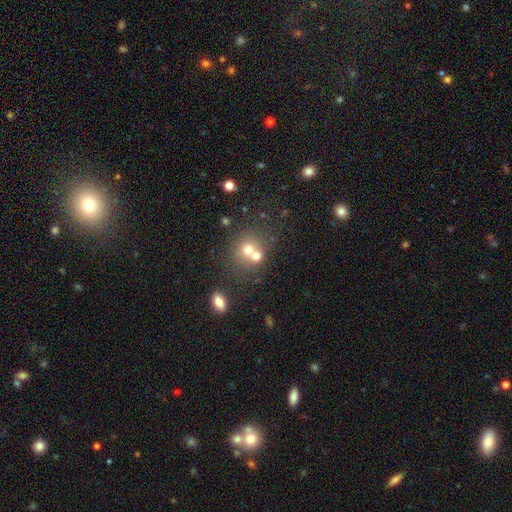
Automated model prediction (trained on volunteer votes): smooth 65%, featured or disk 20%, star or artifact 15%. Down the decision tree: how rounded — round (77%); merging — merger (48%).